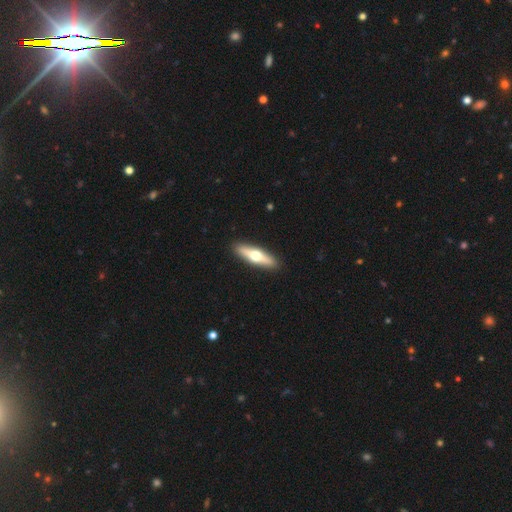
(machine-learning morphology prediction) Smooth or featured?
  - featured or disk: 52% *
  - smooth: 43%
  - star or artifact: 5%
Edge-on disk?
  - yes: 90% *
  - no: 10%
Merging?
  - none: 92% *
  - minor disturbance: 6%
  - major disturbance: 1%
  - merger: 1%